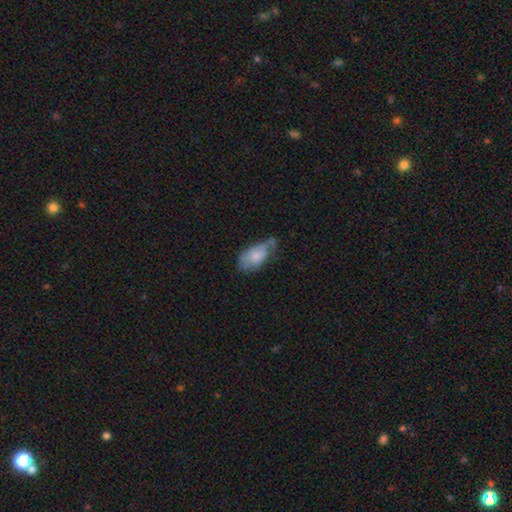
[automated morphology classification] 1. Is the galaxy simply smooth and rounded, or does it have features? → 73% smooth, 21% featured or disk, 7% star or artifact.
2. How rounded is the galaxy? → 93% in between, 4% round, 3% cigar-shaped.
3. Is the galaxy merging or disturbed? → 39% minor disturbance, 32% none, 19% major disturbance, 10% merger.